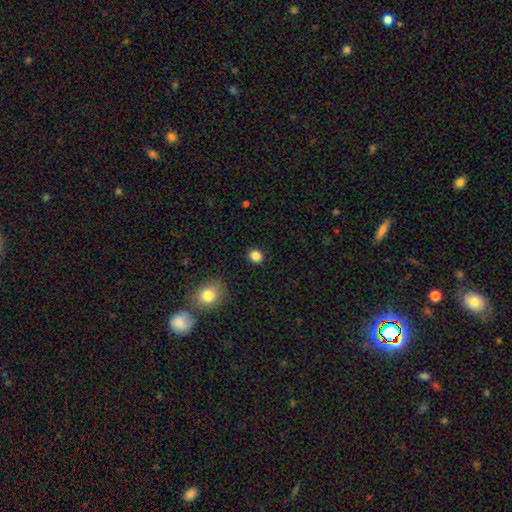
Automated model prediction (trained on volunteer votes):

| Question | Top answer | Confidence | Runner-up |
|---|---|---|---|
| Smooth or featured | smooth | 86% | star or artifact (11%) |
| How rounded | round | 82% | in between (17%) |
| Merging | none | 91% | minor disturbance (6%) |